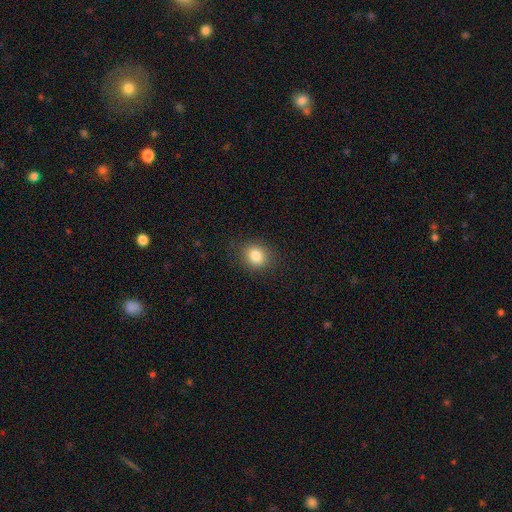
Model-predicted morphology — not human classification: Smooth or featured? Predicted: smooth (p=0.83). How rounded? Predicted: round (p=0.62). Merging? Predicted: none (p=0.85).